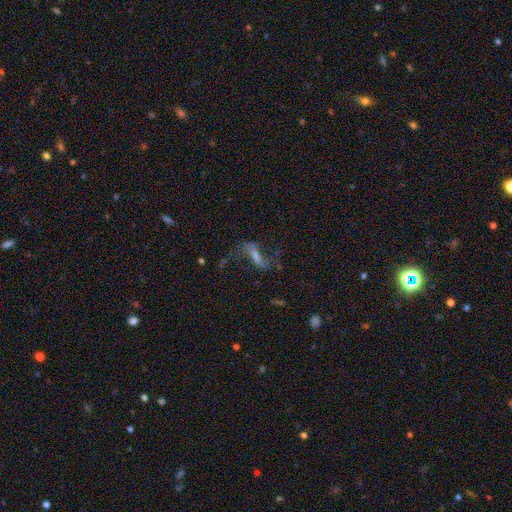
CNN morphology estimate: A featured or disk galaxy (59%). Merging: none (54%).